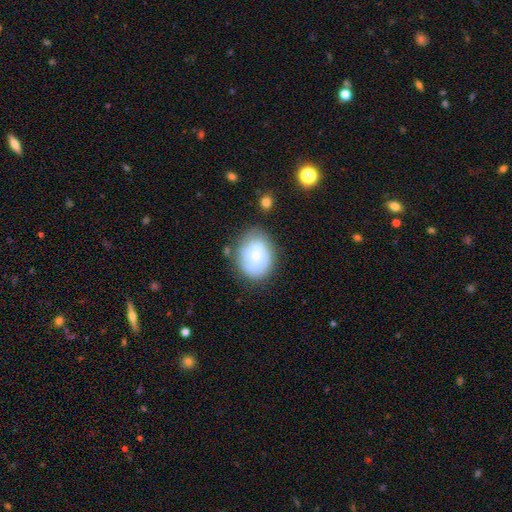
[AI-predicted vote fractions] Smooth or featured? Predicted: featured or disk (p=0.56). Edge-on disk? Predicted: no (p=0.98). Bar? Predicted: no (p=0.57). Spiral arms? Predicted: yes (p=0.80). Bulge size? Predicted: small (p=0.51). Merging? Predicted: none (p=0.65).